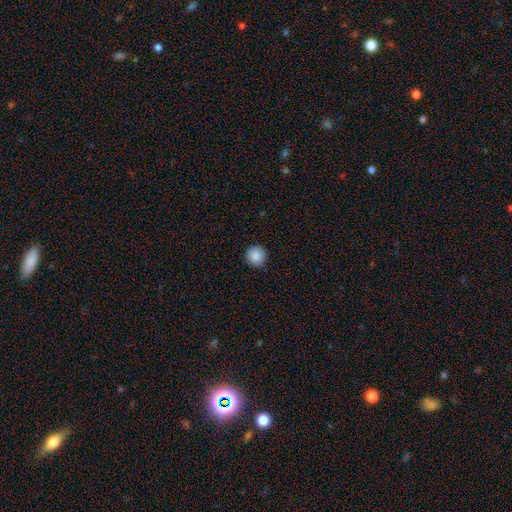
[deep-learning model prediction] Smooth or featured: smooth — 88% (star or artifact — 9%)
How rounded: round — 95% (in between — 4%)
Merging: none — 89% (minor disturbance — 9%)